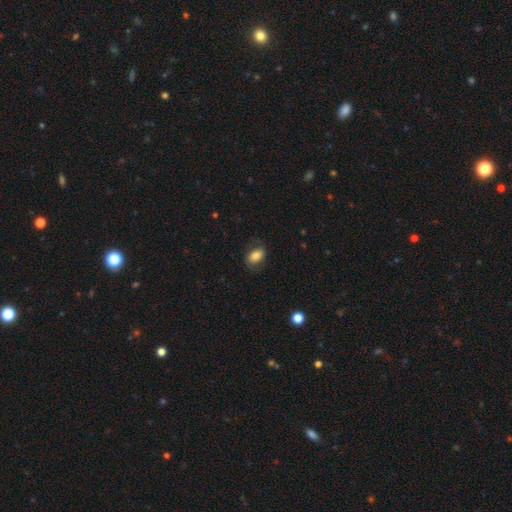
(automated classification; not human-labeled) smooth 69%, featured or disk 23%, star or artifact 8%. Down the decision tree: how rounded — in between (86%); merging — none (70%).